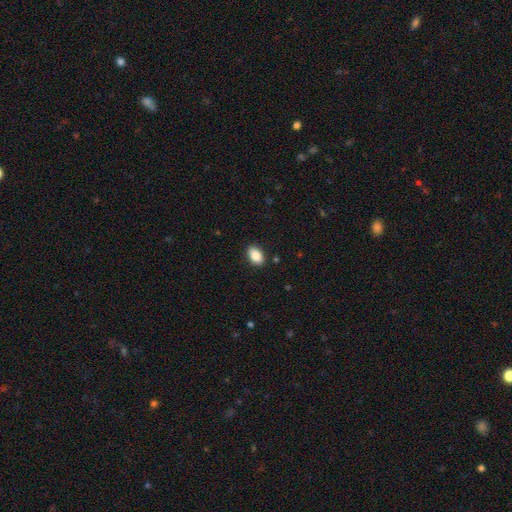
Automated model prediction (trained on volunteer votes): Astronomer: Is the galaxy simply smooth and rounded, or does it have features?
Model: smooth — 87%.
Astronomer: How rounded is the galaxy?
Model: in between — 90%.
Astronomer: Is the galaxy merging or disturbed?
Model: none — 88%.